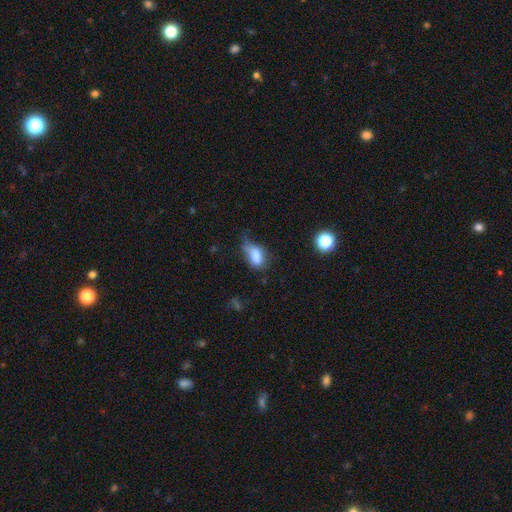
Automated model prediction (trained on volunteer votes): Smooth or featured? smooth (76%)
How rounded? in between (85%)
Merging? minor disturbance (39%)